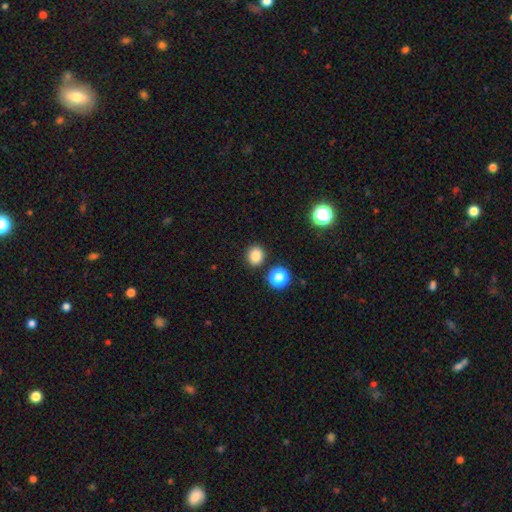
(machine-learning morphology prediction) smooth_or_featured: smooth (p=0.83) [alt: star or artifact p=0.13]
how_rounded: round (p=0.77) [alt: in between p=0.22]
merging: none (p=0.86) [alt: minor disturbance p=0.07]